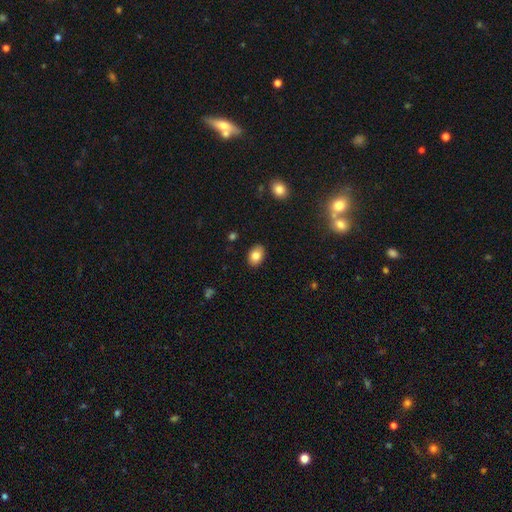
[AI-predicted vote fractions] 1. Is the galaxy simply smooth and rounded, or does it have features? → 83% smooth, 9% featured or disk, 8% star or artifact.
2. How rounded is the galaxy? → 79% in between, 20% round, 1% cigar-shaped.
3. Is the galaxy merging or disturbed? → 88% none, 9% minor disturbance, 2% major disturbance, 1% merger.